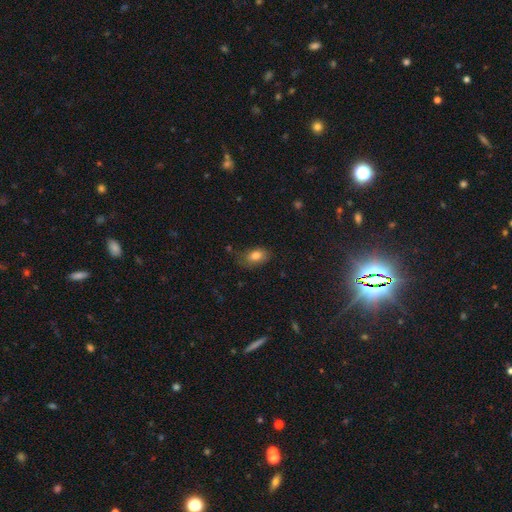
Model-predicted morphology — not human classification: type=smooth (81%); roundness=in between (85%); merging=none (64%).